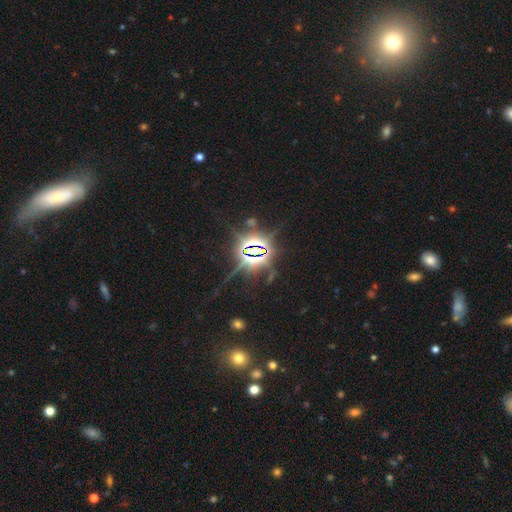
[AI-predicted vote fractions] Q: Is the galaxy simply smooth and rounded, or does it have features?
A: star or artifact — 84%.